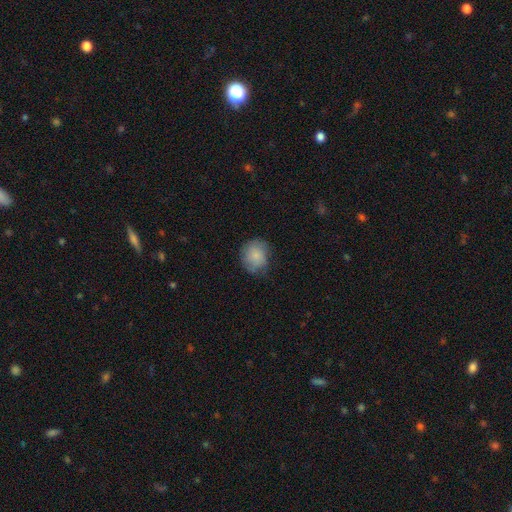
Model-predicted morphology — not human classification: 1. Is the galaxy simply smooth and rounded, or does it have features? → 81% smooth, 11% featured or disk, 8% star or artifact.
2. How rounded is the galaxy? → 71% round, 28% in between, 1% cigar-shaped.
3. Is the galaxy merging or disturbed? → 65% none, 26% minor disturbance, 7% major disturbance, 1% merger.